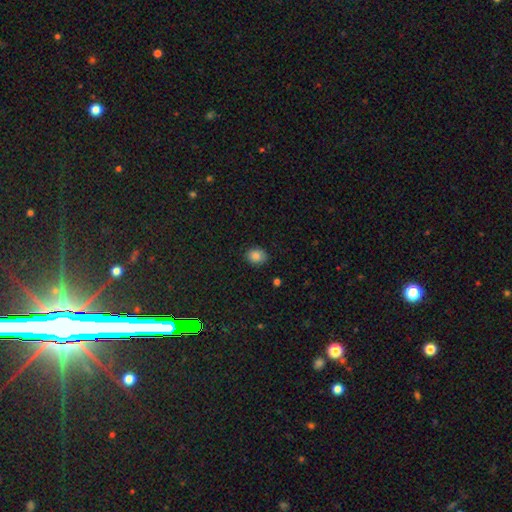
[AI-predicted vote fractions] Q: Smooth or featured?
A: smooth (85%); runner-up: star or artifact (10%)
Q: How rounded?
A: round (57%); runner-up: in between (42%)
Q: Merging?
A: none (85%); runner-up: minor disturbance (11%)